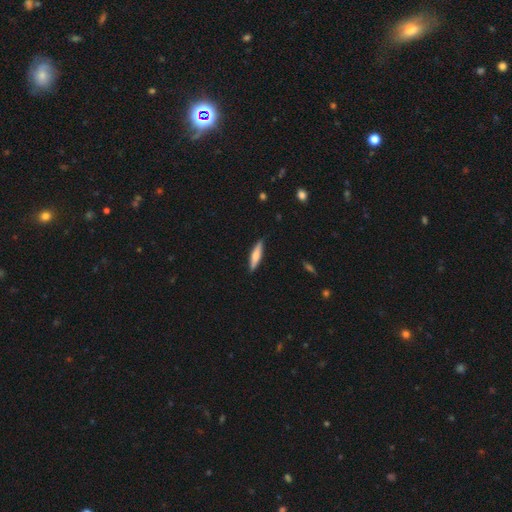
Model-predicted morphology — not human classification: Overall: smooth (59%; featured or disk 36%). How rounded: cigar-shaped (81%). Merging: none (88%).